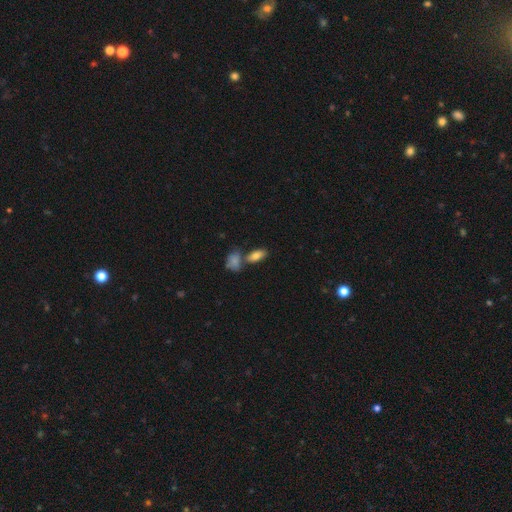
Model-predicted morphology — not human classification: A smooth galaxy with no disk features (81%) that is in between round and cigar-shaped (88%). Merging: none (57%).